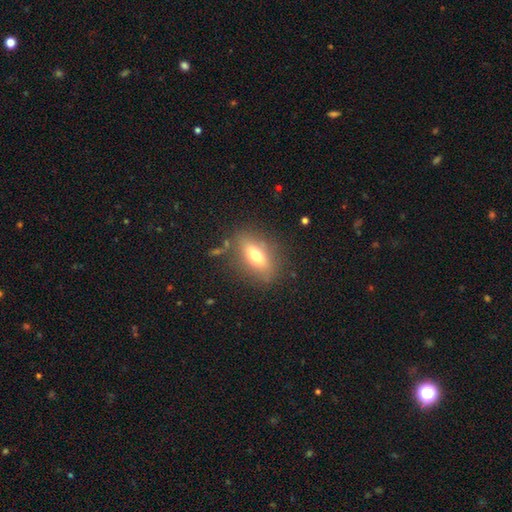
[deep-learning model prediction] Smooth or featured: smooth — 63% (featured or disk — 27%)
How rounded: in between — 75% (cigar-shaped — 17%)
Merging: none — 79% (minor disturbance — 12%)